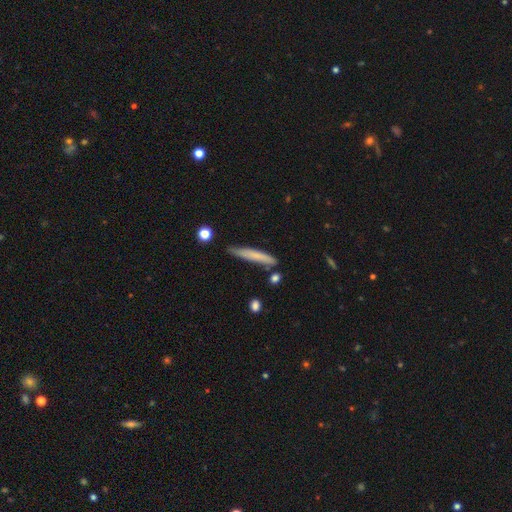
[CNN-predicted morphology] smooth_or_featured: smooth (p=0.69) [alt: featured or disk p=0.25]
how_rounded: cigar-shaped (p=0.94) [alt: in between p=0.05]
merging: none (p=0.75) [alt: minor disturbance p=0.17]